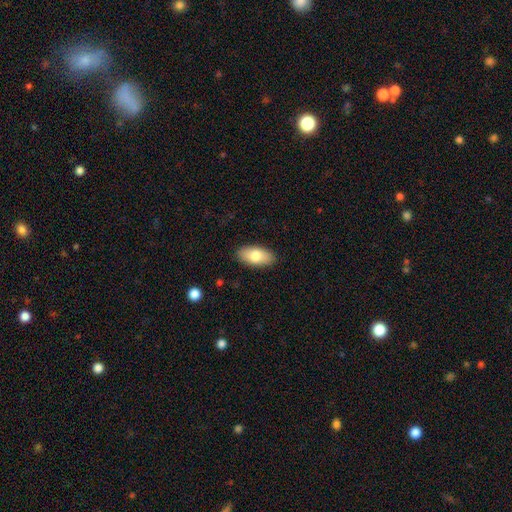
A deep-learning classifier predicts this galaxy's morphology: Smooth or featured? Predicted: smooth (p=0.79). How rounded? Predicted: in between (p=0.92). Merging? Predicted: none (p=0.88).